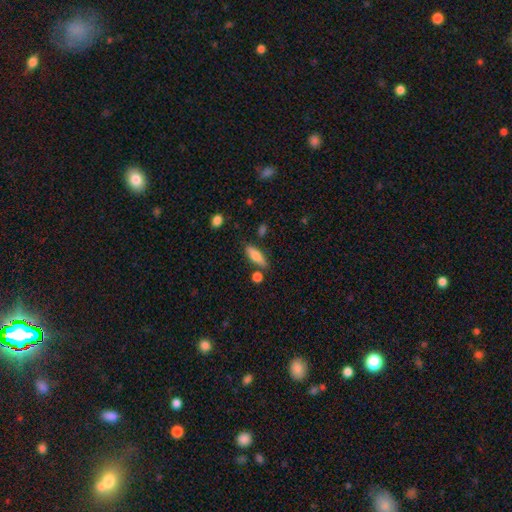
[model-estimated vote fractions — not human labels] smooth 68%, featured or disk 24%, star or artifact 7%. Down the decision tree: how rounded — cigar-shaped (49%); merging — none (74%).